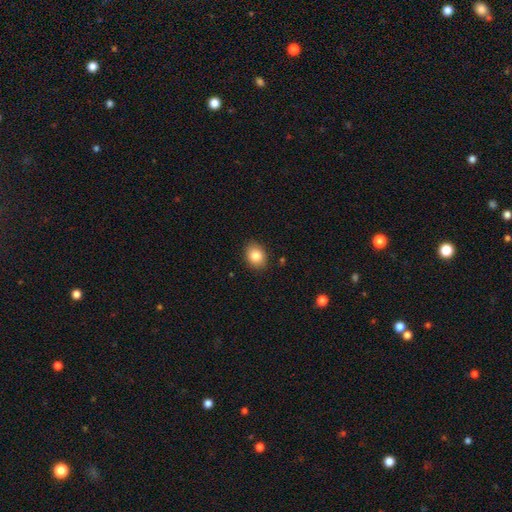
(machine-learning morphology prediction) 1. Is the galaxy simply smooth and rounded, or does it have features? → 84% smooth, 9% star or artifact, 7% featured or disk.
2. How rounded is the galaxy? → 57% in between, 42% round, 1% cigar-shaped.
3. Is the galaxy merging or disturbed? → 88% none, 9% minor disturbance, 2% major disturbance, 1% merger.